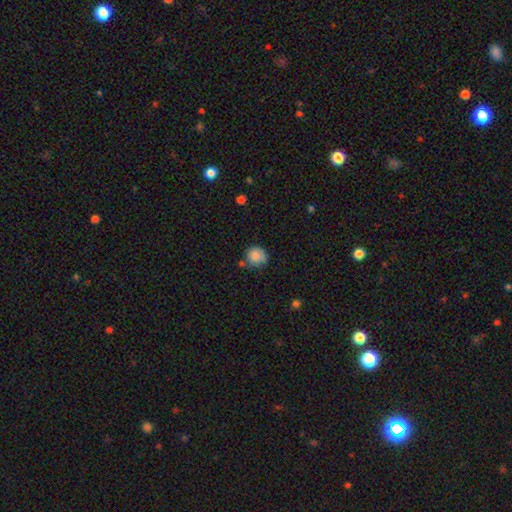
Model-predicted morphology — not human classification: Smooth or featured? Predicted: smooth (p=0.84). How rounded? Predicted: round (p=0.84). Merging? Predicted: none (p=0.65).